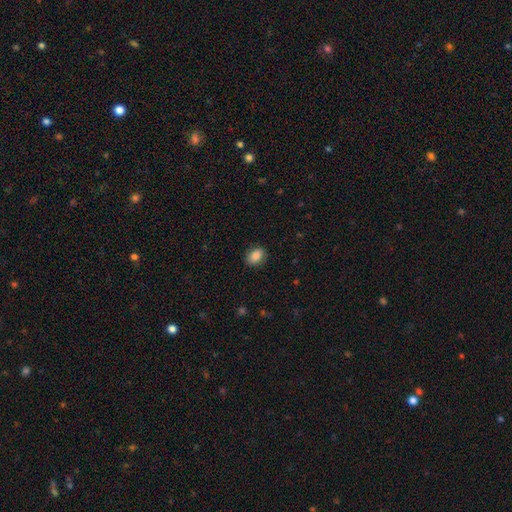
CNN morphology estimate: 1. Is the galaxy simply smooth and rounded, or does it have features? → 86% smooth, 8% star or artifact, 6% featured or disk.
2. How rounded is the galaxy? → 72% in between, 26% round, 1% cigar-shaped.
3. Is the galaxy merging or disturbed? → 86% none, 11% minor disturbance, 3% major disturbance, 1% merger.